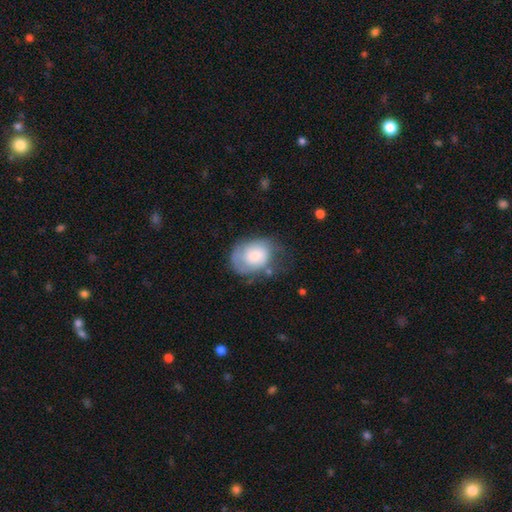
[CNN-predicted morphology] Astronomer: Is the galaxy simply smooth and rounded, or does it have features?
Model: smooth — 59% (runner-up: featured or disk, 34%).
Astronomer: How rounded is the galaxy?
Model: in between — 61% (runner-up: round, 38%).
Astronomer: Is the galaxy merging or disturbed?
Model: none — 44% (runner-up: minor disturbance, 32%).